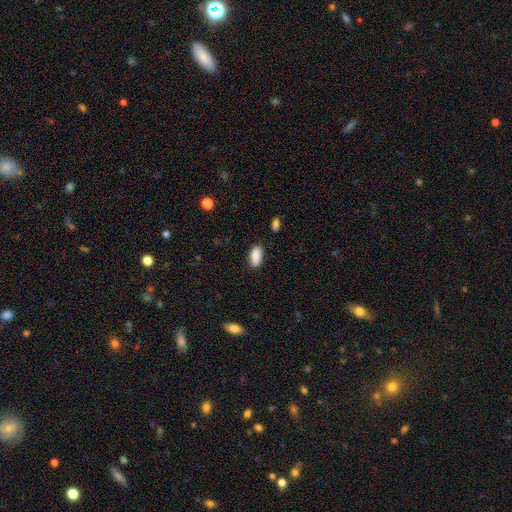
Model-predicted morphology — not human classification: This is clearly a smooth galaxy (89%). How rounded: clearly in between (90%). Merging: clearly none (84%).